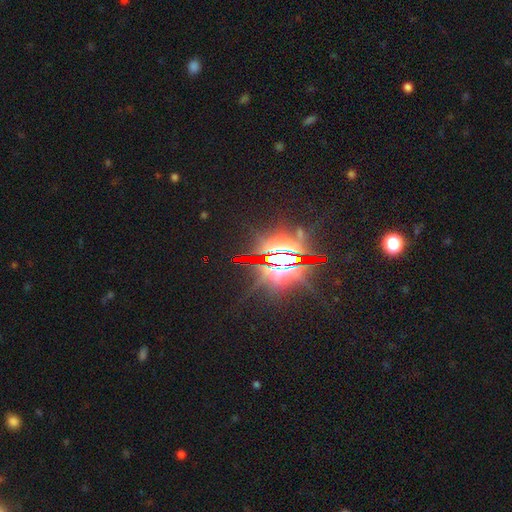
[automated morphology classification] This is clearly a star or artifact rather than a galaxy (86%).